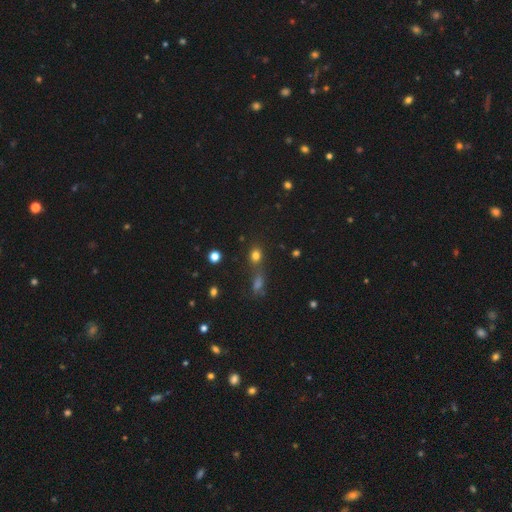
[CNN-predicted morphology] A smooth galaxy with no disk features (75%) that is round (60%).

Vote fractions:
- Smooth or featured? smooth: 75% / star or artifact: 18% / featured or disk: 7%
- How rounded? round: 60% / in between: 38% / cigar-shaped: 3%
- Merging? none: 59% / merger: 24% / minor disturbance: 11% / major disturbance: 6%